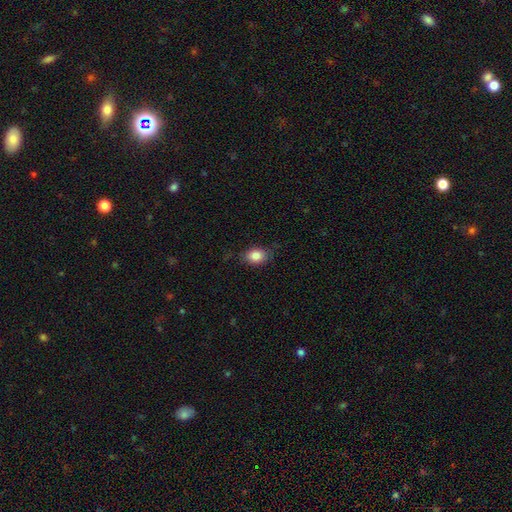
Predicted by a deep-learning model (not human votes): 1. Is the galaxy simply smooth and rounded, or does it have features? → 85% smooth, 9% star or artifact, 7% featured or disk.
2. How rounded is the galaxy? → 65% in between, 33% round, 1% cigar-shaped.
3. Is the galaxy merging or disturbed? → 77% none, 18% minor disturbance, 4% major disturbance, 1% merger.